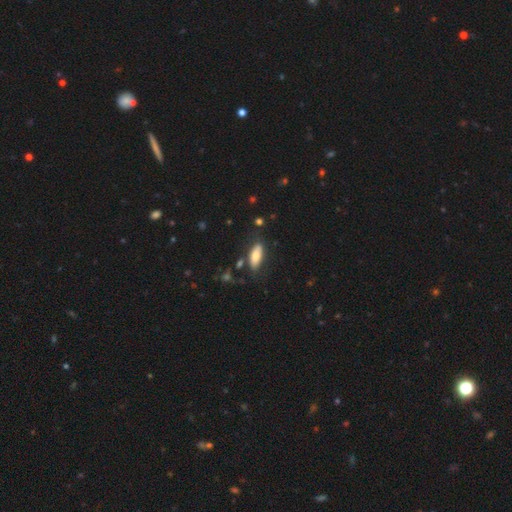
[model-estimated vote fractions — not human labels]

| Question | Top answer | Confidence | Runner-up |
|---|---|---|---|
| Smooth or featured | smooth | 77% | featured or disk (16%) |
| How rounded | in between | 76% | cigar-shaped (22%) |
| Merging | none | 76% | minor disturbance (16%) |